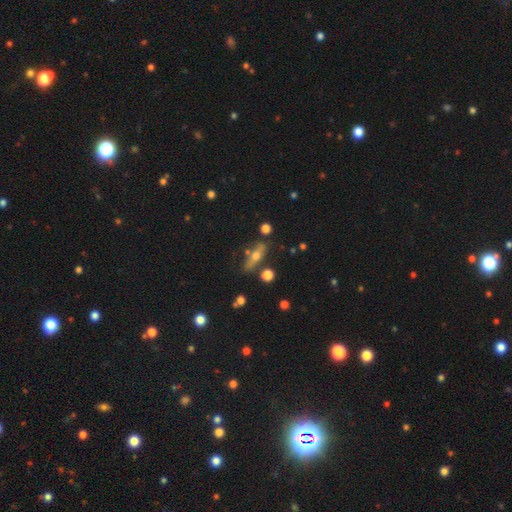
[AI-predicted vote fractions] Overall: featured or disk (51%; smooth 39%). Edge-on disk: yes (84%). Merging: none (71%).